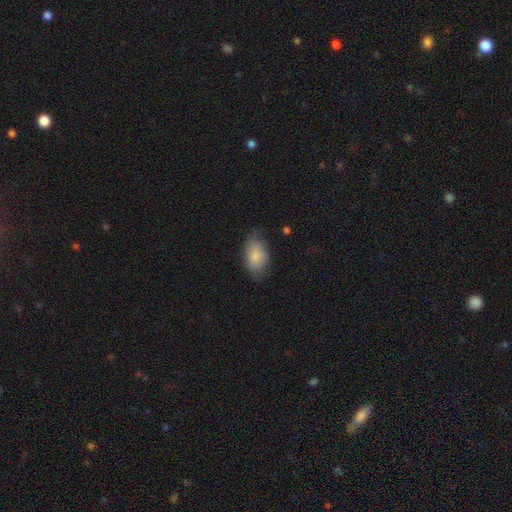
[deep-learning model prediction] Q: Smooth or featured?
A: smooth (81%); runner-up: featured or disk (13%)
Q: How rounded?
A: in between (89%); runner-up: round (9%)
Q: Merging?
A: none (63%); runner-up: minor disturbance (28%)